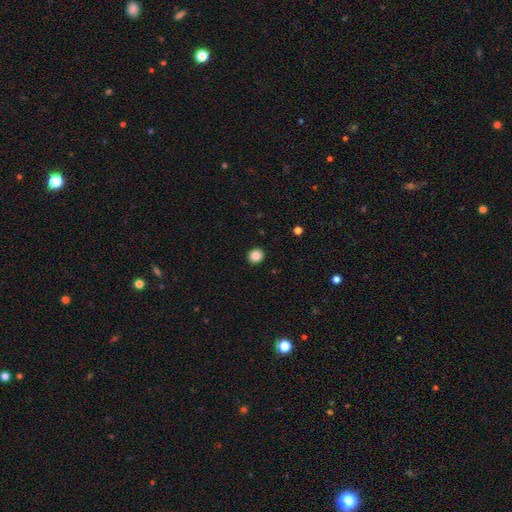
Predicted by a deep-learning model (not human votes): smooth-or-featured: smooth: 85% | star or artifact: 10% | featured or disk: 5%
  how-rounded: round: 85% | in between: 14% | cigar-shaped: 1%
  merging: none: 93% | minor disturbance: 5% | major disturbance: 2% | merger: 1%